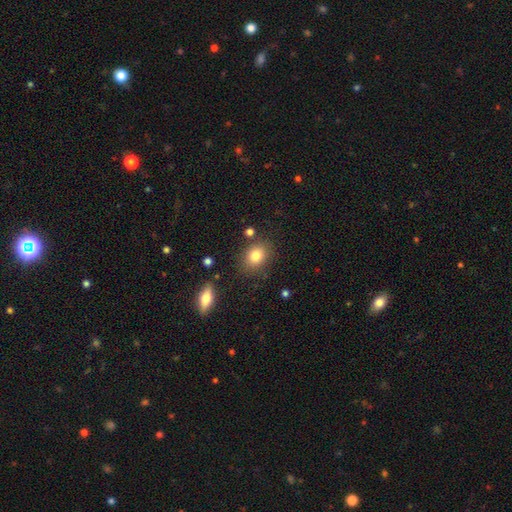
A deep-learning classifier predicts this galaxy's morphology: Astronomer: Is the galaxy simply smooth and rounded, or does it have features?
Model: smooth — 82%.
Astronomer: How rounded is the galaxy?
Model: in between — 56% (runner-up: round, 43%).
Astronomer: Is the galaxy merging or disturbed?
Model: none — 80%.